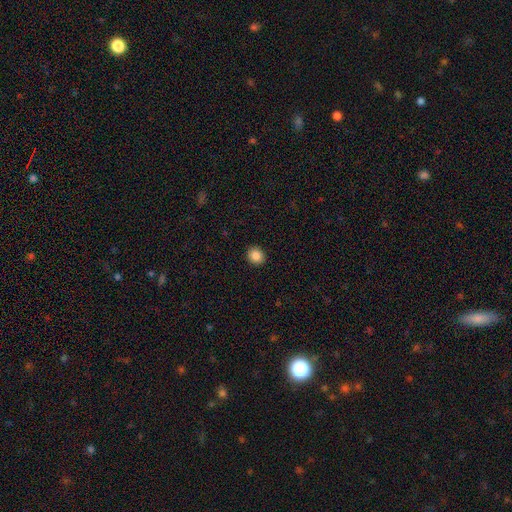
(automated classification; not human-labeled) smooth 86%, star or artifact 10%, featured or disk 4%. Down the decision tree: how rounded — round (80%); merging — none (92%).